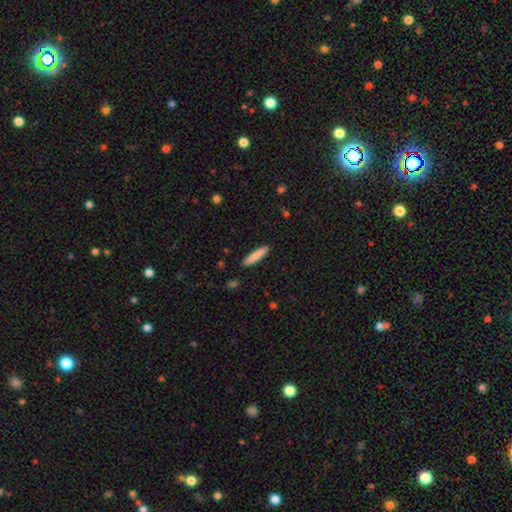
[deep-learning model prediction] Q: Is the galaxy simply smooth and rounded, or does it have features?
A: smooth — 84%.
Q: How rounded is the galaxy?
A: cigar-shaped — 89%.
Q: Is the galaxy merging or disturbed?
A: none — 91%.